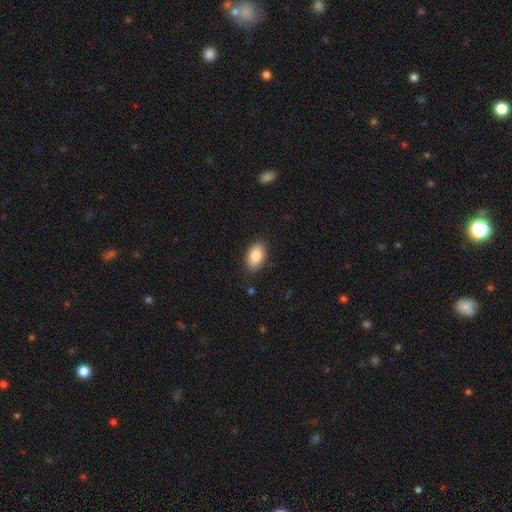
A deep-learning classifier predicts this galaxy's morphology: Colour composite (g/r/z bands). It shows a smooth galaxy with no disk features (87%) that is in between round and cigar-shaped (91%). Merging: none (86%).